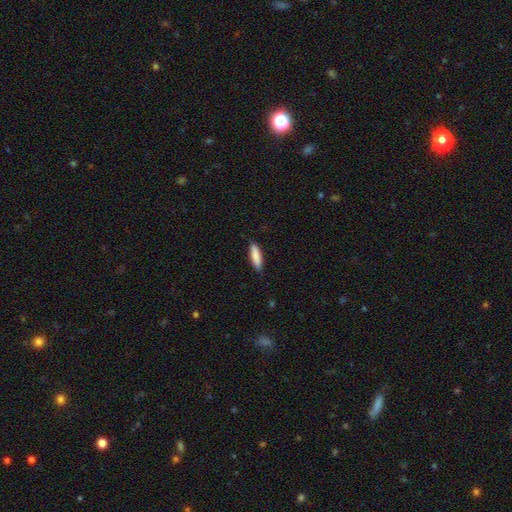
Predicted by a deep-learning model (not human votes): Morphology: type=smooth (85%); roundness=cigar-shaped (72%); merging=none (88%).